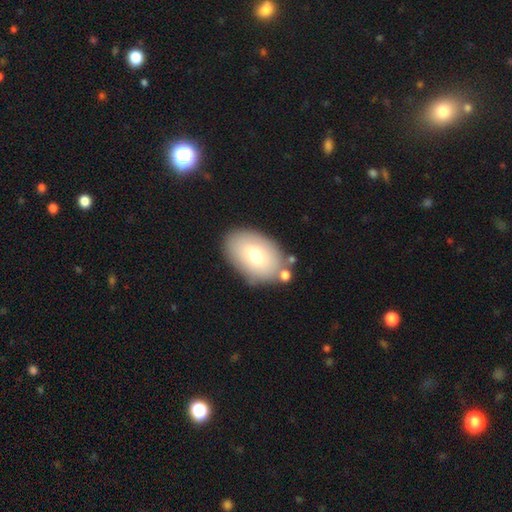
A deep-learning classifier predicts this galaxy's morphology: Smooth or featured? Predicted: smooth (p=0.70). How rounded? Predicted: in between (p=0.88). Merging? Predicted: none (p=0.74).